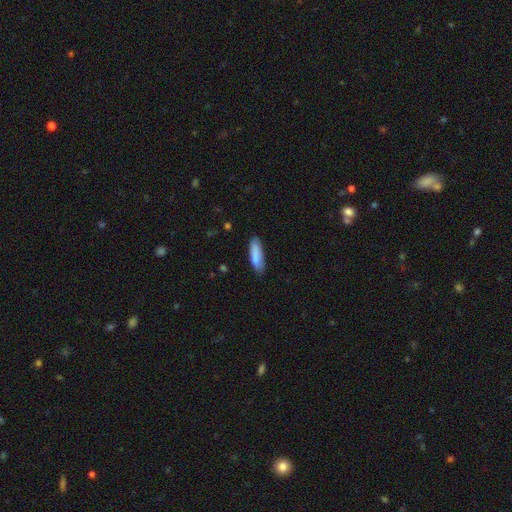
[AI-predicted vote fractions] A smooth galaxy with no disk features (83%) that is cigar-shaped (57%). Merging: none (79%).